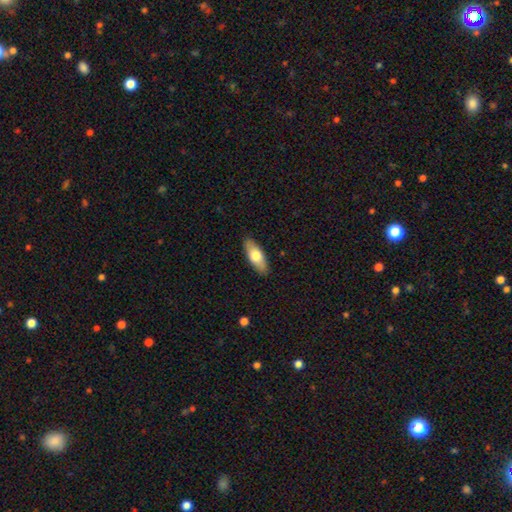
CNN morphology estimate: Smooth or featured? smooth (69%)
How rounded? in between (74%)
Merging? none (89%)